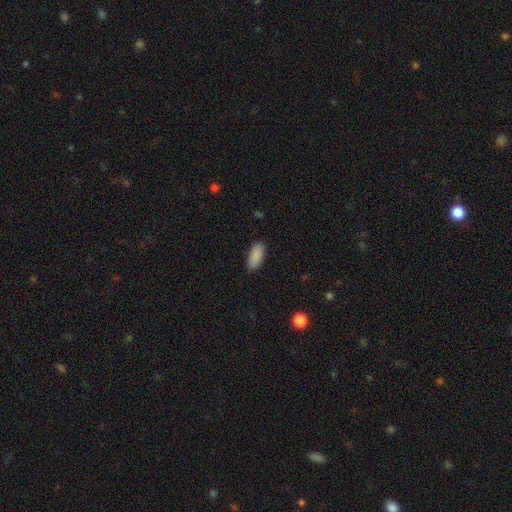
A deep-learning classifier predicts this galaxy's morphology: smooth_or_featured: smooth (p=0.90) [alt: star or artifact p=0.07]
how_rounded: in between (p=0.88) [alt: cigar-shaped p=0.10]
merging: none (p=0.86) [alt: minor disturbance p=0.11]